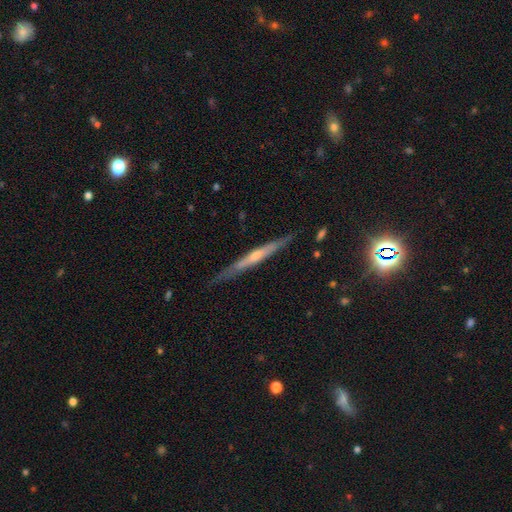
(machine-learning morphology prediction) This appears to be a featured or disk galaxy (67%) viewed edge-on (95%) with a rounded central bulge (51%). Merging: none (82%).